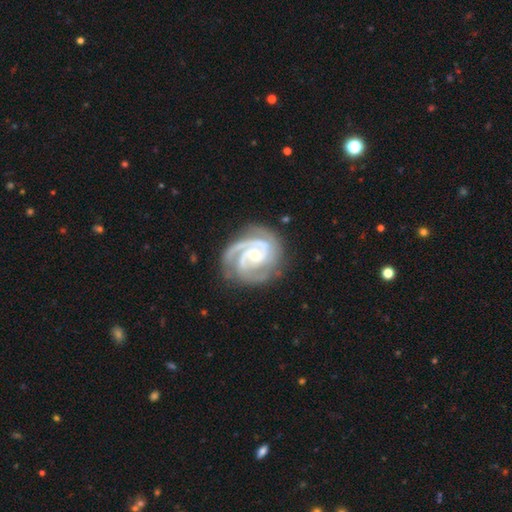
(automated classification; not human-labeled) smooth-or-featured: featured or disk: 92% | smooth: 4% | star or artifact: 4%
  disk-edge-on: no: 98% | yes: 2%
    bar: no: 60% | weak: 31% | strong: 9%
    has-spiral-arms: yes: 98% | no: 2%
      spiral-winding: tight: 61% | medium: 35% | loose: 4%
      spiral-arm-count: 3: 44% | 2: 37% | can't tell: 7% | 4: 5% | 1: 4% | more than 4: 3%
    bulge-size: small: 63% | moderate: 33% | large: 2% | none: 2% | dominant: 1%
  merging: none: 73% | minor disturbance: 18% | major disturbance: 8% | merger: 2%